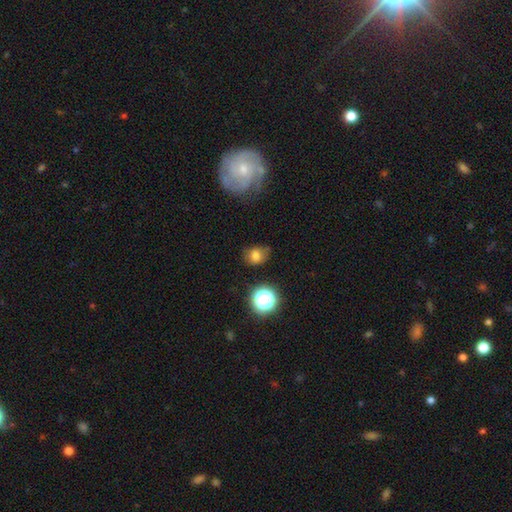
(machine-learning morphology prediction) Smooth or featured? smooth (75%)
How rounded? round (58%)
Merging? none (66%)